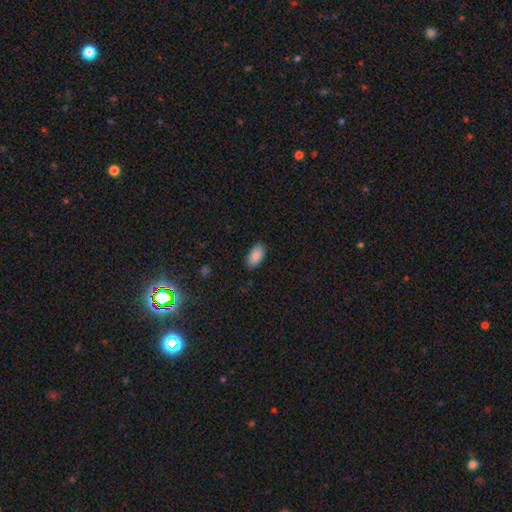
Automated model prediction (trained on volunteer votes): Morphology: type=smooth (88%); roundness=in between (95%); merging=none (88%).